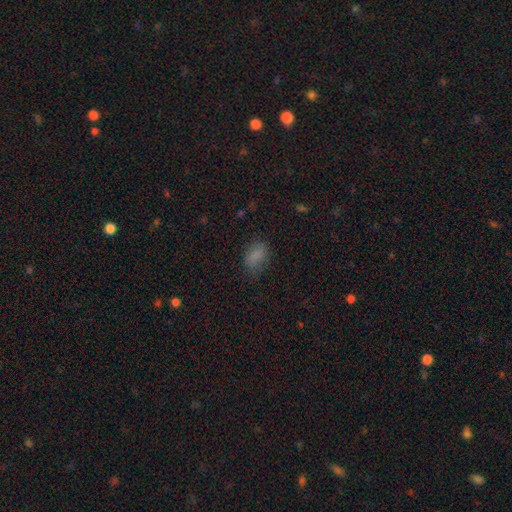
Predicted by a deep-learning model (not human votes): This is clearly a smooth galaxy (81%). How rounded: clearly in between (89%). Merging: likely none (70%).